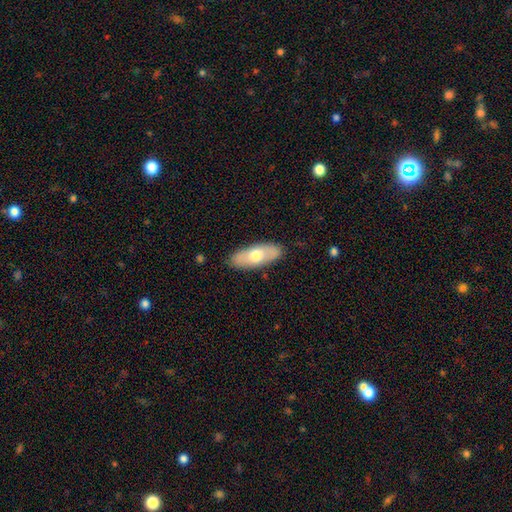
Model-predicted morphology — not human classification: type=smooth (62%); roundness=in between (80%); merging=none (87%).